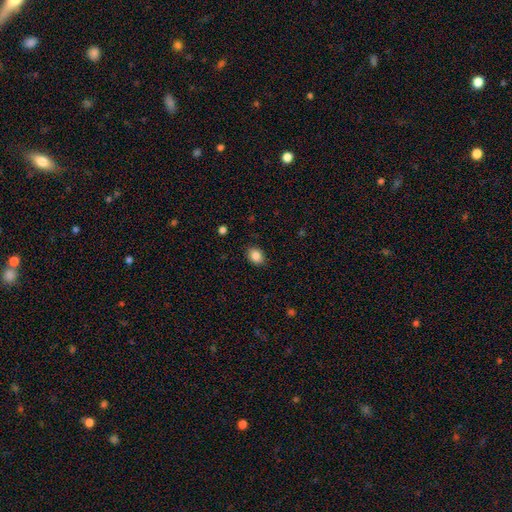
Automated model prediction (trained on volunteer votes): Overall: smooth (86%). How rounded: in between (64%; round 35%). Merging: none (88%).